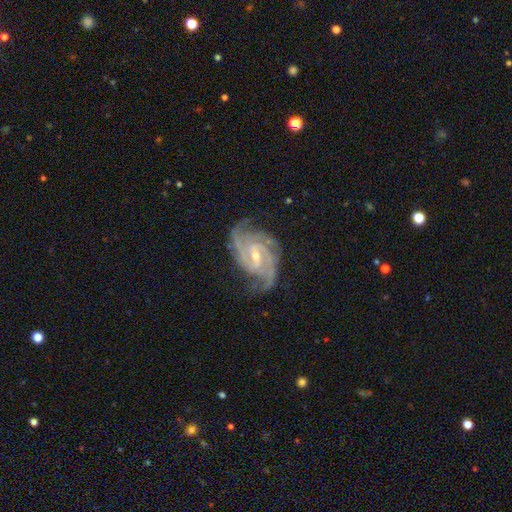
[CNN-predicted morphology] Overall: featured or disk (92%). Edge-on disk: no (97%). Bar: weak (50%; no 27%). Spiral arms: yes (98%). Spiral arm count: 3 (36%; 2 24%). Spiral winding: tight (51%; medium 42%). Bulge size: small (57%; moderate 40%). Merging: none (72%).